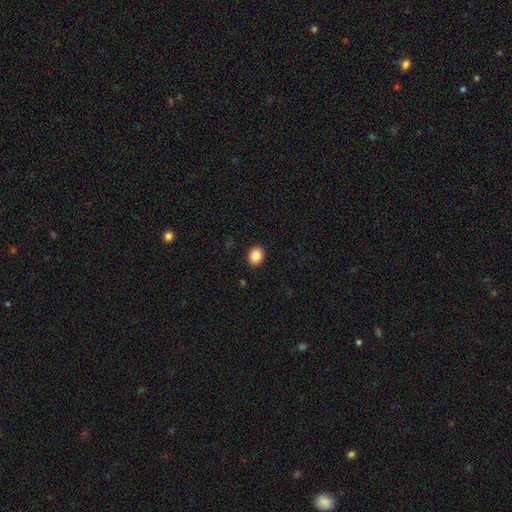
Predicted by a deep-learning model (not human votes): A smooth galaxy with no disk features (86%) that is round (51%).

Vote fractions:
- Smooth or featured? smooth: 86% / star or artifact: 9% / featured or disk: 5%
- How rounded? round: 51% / in between: 48% / cigar-shaped: 1%
- Merging? none: 90% / minor disturbance: 7% / major disturbance: 2% / merger: 1%